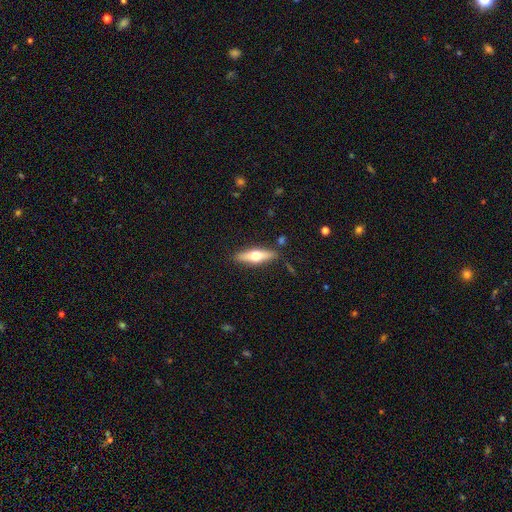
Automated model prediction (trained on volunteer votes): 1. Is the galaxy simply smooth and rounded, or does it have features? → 47% featured or disk (tied), 47% smooth (tied), 6% star or artifact.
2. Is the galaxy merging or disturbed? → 86% none, 10% minor disturbance, 2% major disturbance, 2% merger.